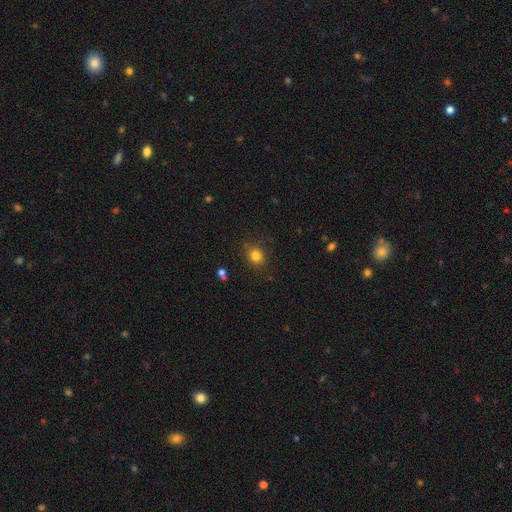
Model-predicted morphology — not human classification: A smooth galaxy with no disk features (82%) that is round (72%). Merging: none (82%).